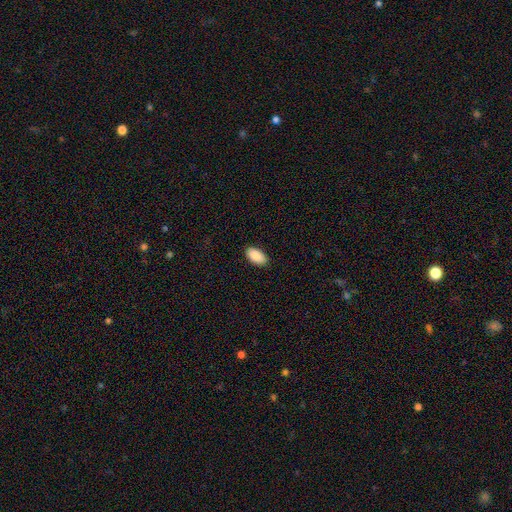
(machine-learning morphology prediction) Smooth or featured?
  - smooth: 89% *
  - star or artifact: 6%
  - featured or disk: 4%
How rounded?
  - in between: 95% *
  - round: 3%
  - cigar-shaped: 2%
Merging?
  - none: 87% *
  - minor disturbance: 10%
  - major disturbance: 2%
  - merger: 1%